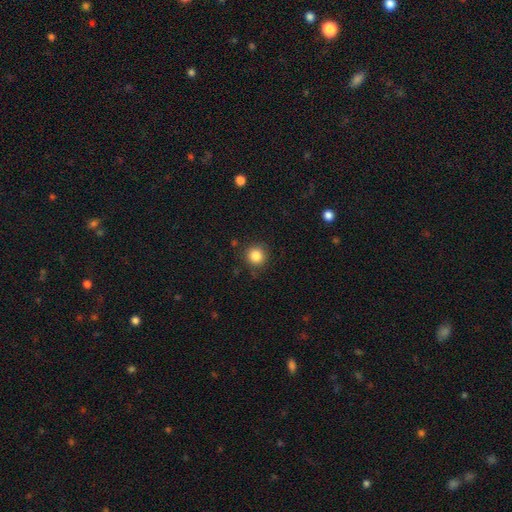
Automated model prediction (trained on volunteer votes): Overall: smooth (85%). How rounded: round (93%). Merging: none (87%).